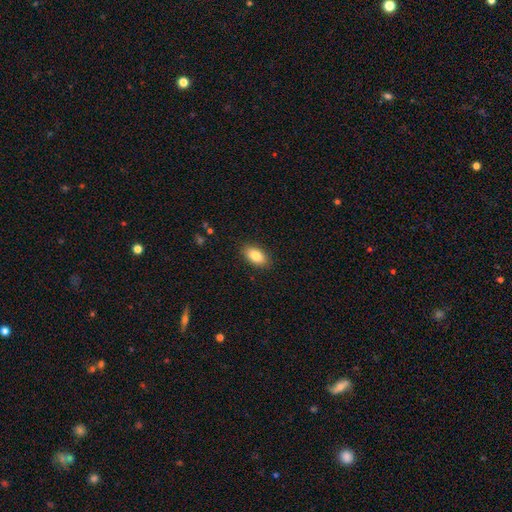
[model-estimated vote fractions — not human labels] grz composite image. It shows a smooth galaxy with no disk features (84%) that is in between round and cigar-shaped (92%). Merging: none (88%).